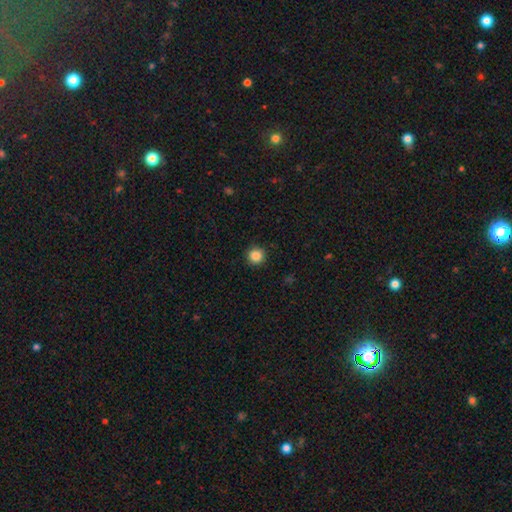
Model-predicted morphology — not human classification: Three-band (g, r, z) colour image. It shows a smooth galaxy with no disk features (86%) that is round (95%). Merging: none (91%).